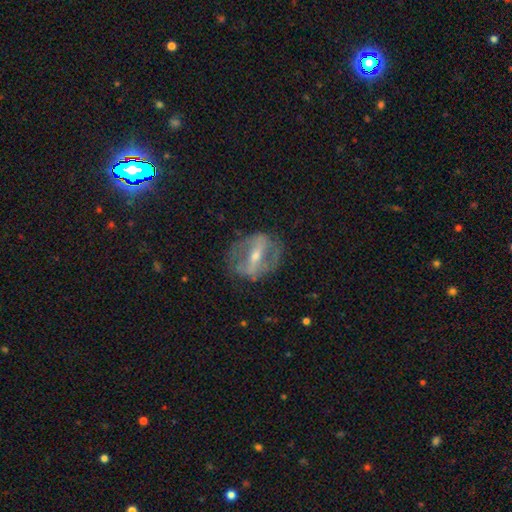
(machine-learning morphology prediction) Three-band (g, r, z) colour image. It shows a featured or disk galaxy (78%) with a strong bar (68%), spiral arms (51%) and a moderate central bulge (49%). Merging: none (72%).